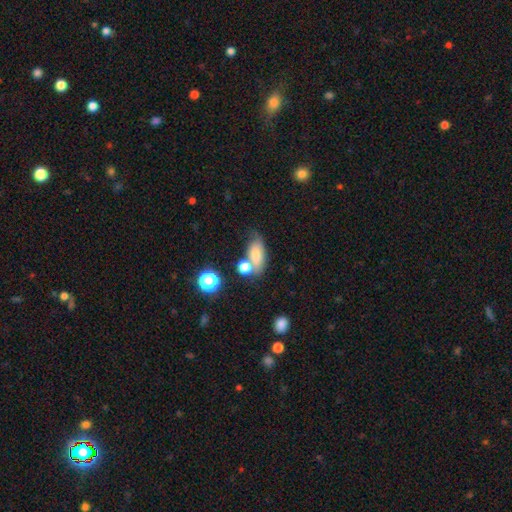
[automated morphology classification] Smooth or featured: smooth — 73% (featured or disk — 15%)
How rounded: in between — 82% (round — 12%)
Merging: none — 45% (merger — 27%)